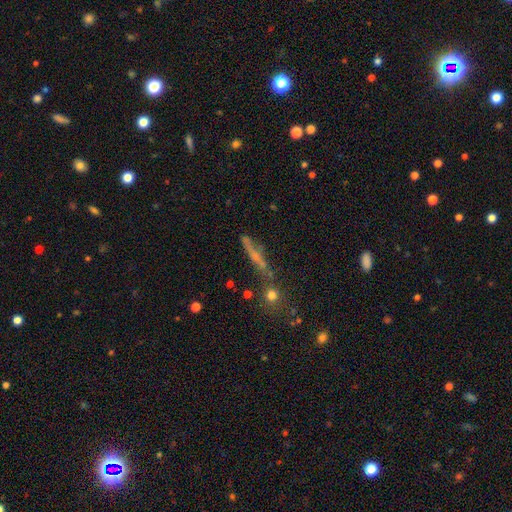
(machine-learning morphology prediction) Q: Smooth or featured?
A: smooth (43%); runner-up: featured or disk (39%)
Q: Merging?
A: none (59%); runner-up: minor disturbance (19%)